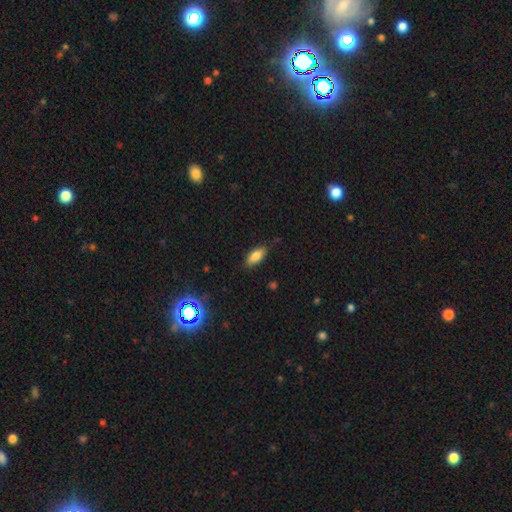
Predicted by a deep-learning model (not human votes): smooth-or-featured: smooth: 81% | featured or disk: 11% | star or artifact: 8%
  how-rounded: in between: 85% | cigar-shaped: 13% | round: 2%
  merging: none: 80% | minor disturbance: 15% | major disturbance: 3% | merger: 1%